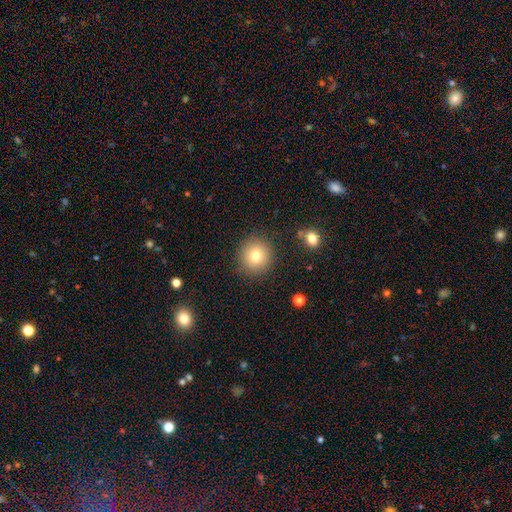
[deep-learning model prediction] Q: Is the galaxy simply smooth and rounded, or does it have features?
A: smooth — 77%.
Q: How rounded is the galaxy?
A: round — 93%.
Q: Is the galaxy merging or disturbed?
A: none — 88%.